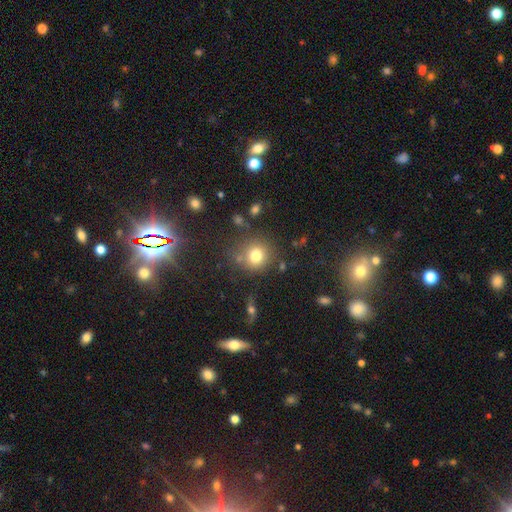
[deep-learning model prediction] Smooth or featured: smooth — 78% (star or artifact — 14%)
How rounded: round — 87% (in between — 12%)
Merging: none — 75% (minor disturbance — 12%)